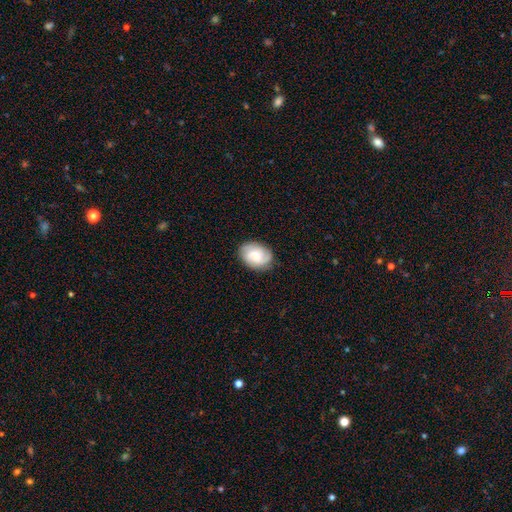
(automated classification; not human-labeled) Smooth or featured?
  - featured or disk: 56% *
  - smooth: 36%
  - star or artifact: 8%
Edge-on disk?
  - no: 98% *
  - yes: 2%
Bar?
  - no: 61% *
  - weak: 34%
  - strong: 5%
Spiral arms?
  - yes: 93% *
  - no: 7%
Spiral winding?
  - medium: 43% *
  - tight: 39%
  - loose: 17%
Spiral arm count?
  - 3: 40% *
  - 2: 28%
  - can't tell: 17%
  - 4: 6%
  - 1: 5%
  - more than 4: 4%
Bulge size?
  - moderate: 41% *
  - small: 34%
  - large: 13%
  - none: 9%
  - dominant: 3%
Merging?
  - none: 83% *
  - minor disturbance: 13%
  - major disturbance: 3%
  - merger: 1%